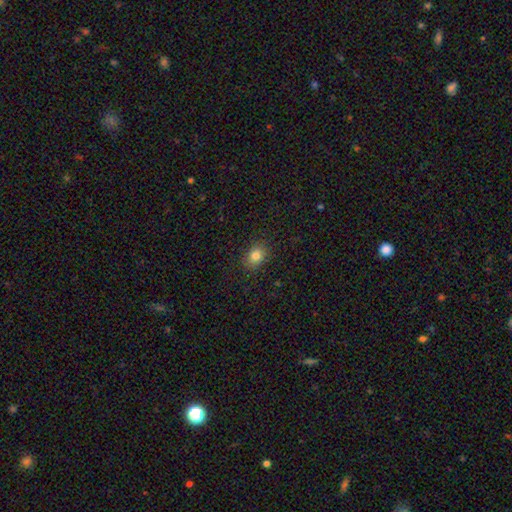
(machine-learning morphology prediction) smooth 82%, star or artifact 11%, featured or disk 7%. Down the decision tree: how rounded — in between (54%); merging — none (86%).